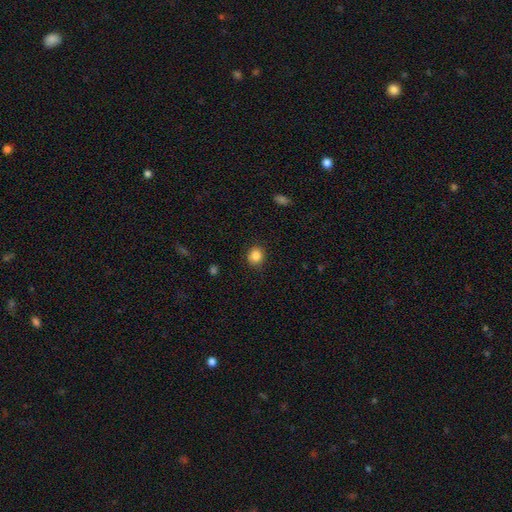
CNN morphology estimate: This is clearly a smooth galaxy (85%). How rounded: likely round (79%). Merging: clearly none (87%).